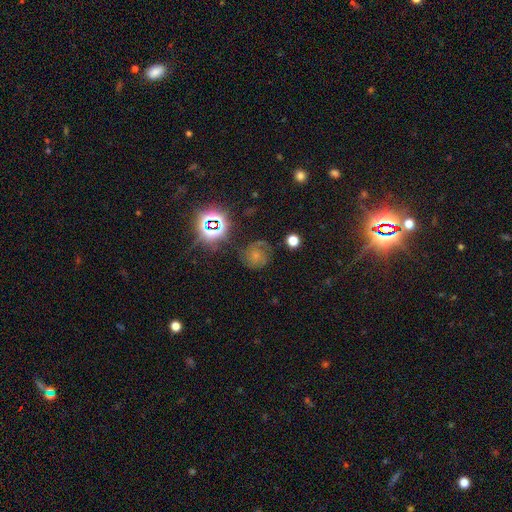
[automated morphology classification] Smooth or featured: featured or disk — 44% (smooth — 34%)
Merging: none — 63% (minor disturbance — 20%)